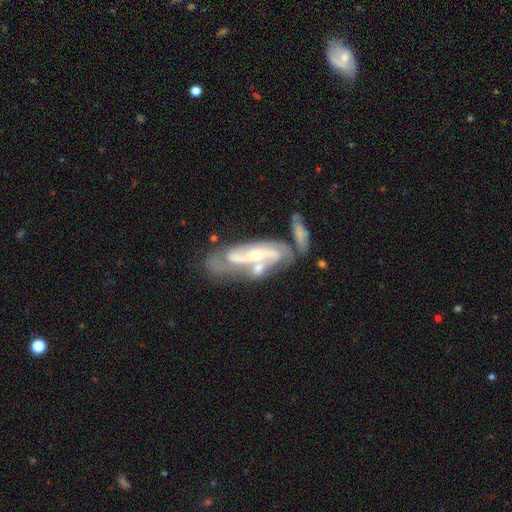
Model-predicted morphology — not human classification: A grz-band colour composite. It shows a featured or disk galaxy (83%) with no bar (36%), 2 (73%) medium (43%) spiral arms (90%) and a small central bulge (50%). Merging: none (39%).